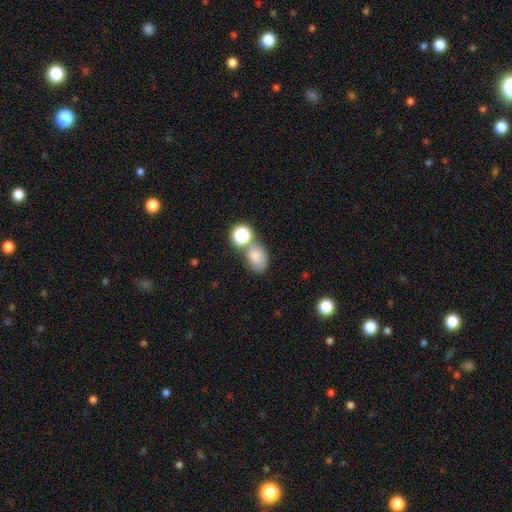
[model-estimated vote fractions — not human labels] smooth_or_featured: smooth (p=0.77) [alt: star or artifact p=0.13]
how_rounded: in between (p=0.67) [alt: round p=0.32]
merging: none (p=0.47) [alt: merger p=0.30]